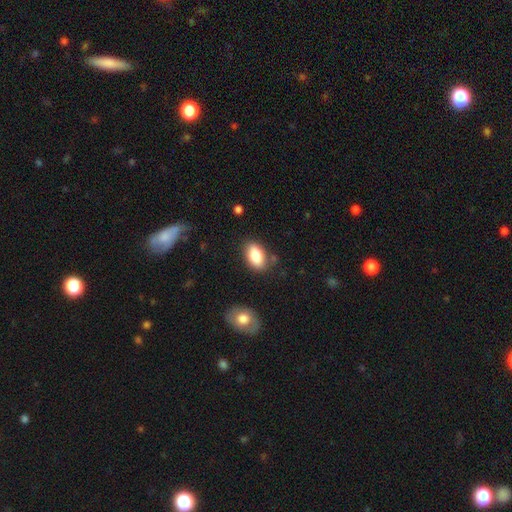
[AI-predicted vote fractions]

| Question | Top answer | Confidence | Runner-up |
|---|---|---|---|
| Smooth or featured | smooth | 84% | featured or disk (9%) |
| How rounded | in between | 91% | round (7%) |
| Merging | none | 80% | minor disturbance (13%) |